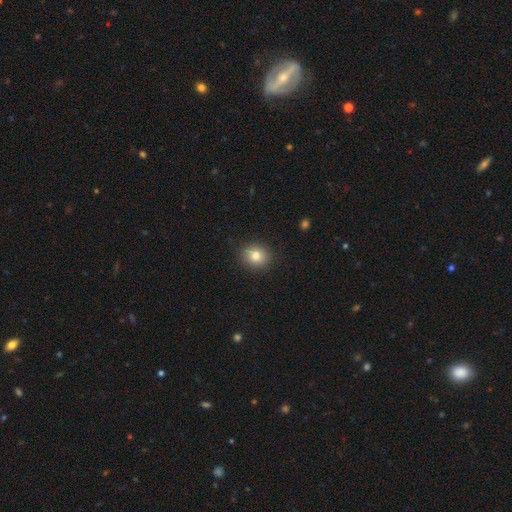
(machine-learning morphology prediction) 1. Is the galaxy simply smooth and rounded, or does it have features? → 81% smooth, 11% star or artifact, 9% featured or disk.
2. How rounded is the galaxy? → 75% round, 24% in between, 1% cigar-shaped.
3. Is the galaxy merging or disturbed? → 89% none, 8% minor disturbance, 2% major disturbance, 1% merger.